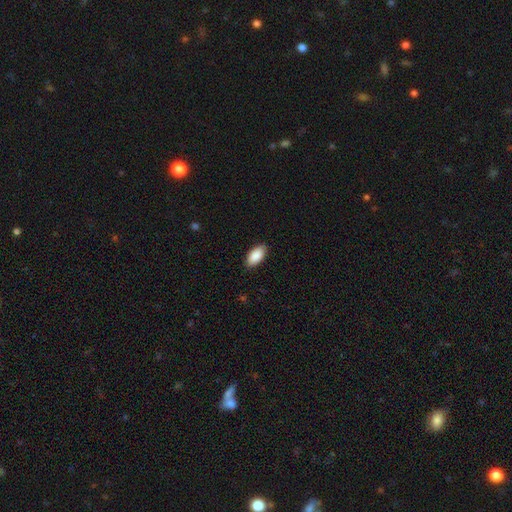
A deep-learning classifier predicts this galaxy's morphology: Q: Smooth or featured?
A: smooth (90%); runner-up: star or artifact (6%)
Q: How rounded?
A: in between (94%); runner-up: cigar-shaped (4%)
Q: Merging?
A: none (87%); runner-up: minor disturbance (10%)